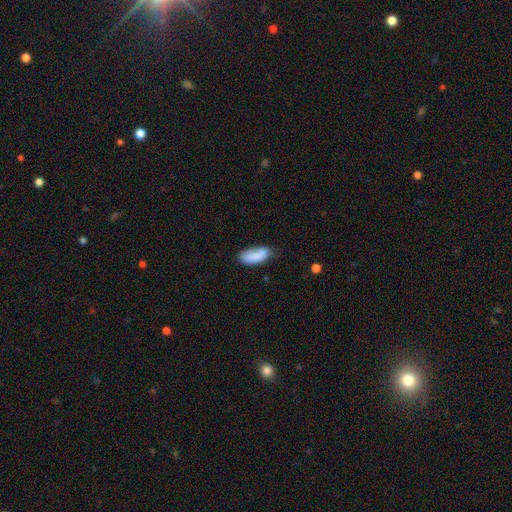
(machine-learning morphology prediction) Q: Smooth or featured?
A: smooth (86%); runner-up: featured or disk (8%)
Q: How rounded?
A: in between (84%); runner-up: cigar-shaped (14%)
Q: Merging?
A: none (58%); runner-up: minor disturbance (31%)